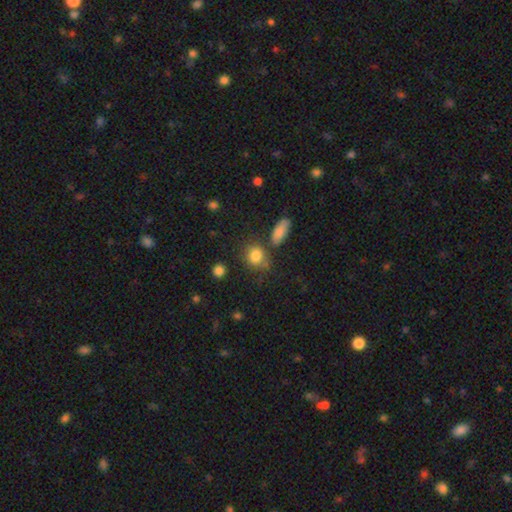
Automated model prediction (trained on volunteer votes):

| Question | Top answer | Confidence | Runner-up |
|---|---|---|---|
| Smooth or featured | smooth | 83% | star or artifact (10%) |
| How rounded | round | 64% | in between (34%) |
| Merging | none | 65% | minor disturbance (17%) |